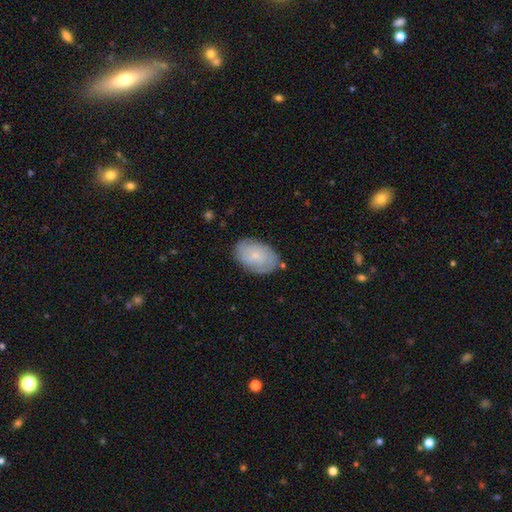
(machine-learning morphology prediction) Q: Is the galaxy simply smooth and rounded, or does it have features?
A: smooth — 50%.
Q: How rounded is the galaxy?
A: in between — 89%.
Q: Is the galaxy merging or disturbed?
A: none — 76%.